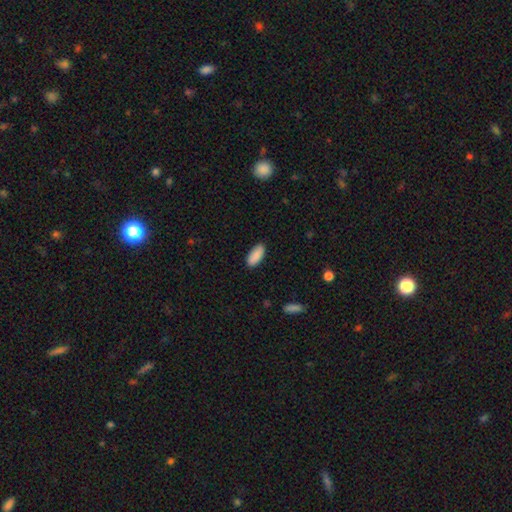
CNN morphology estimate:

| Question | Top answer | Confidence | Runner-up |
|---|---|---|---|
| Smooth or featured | smooth | 90% | star or artifact (6%) |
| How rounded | in between | 90% | cigar-shaped (8%) |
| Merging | none | 88% | minor disturbance (9%) |